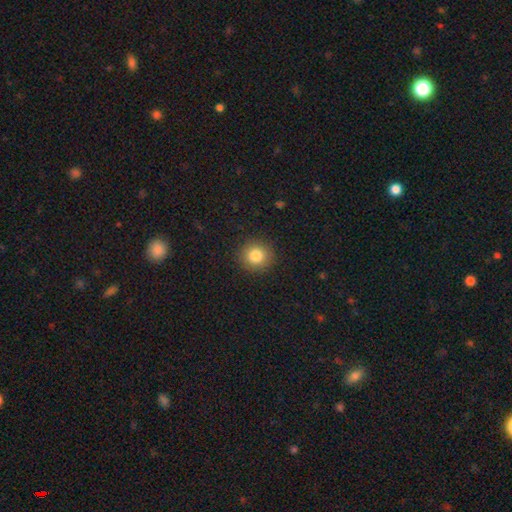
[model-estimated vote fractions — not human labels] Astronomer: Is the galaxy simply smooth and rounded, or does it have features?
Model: smooth — 82%.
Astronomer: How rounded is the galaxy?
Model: round — 92%.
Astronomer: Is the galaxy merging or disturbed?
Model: none — 91%.